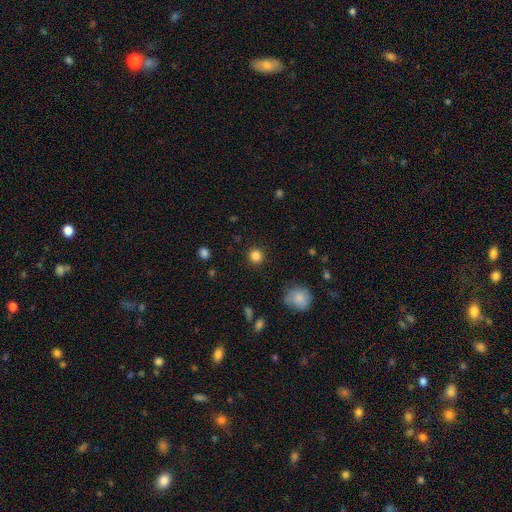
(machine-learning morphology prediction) smooth_or_featured: smooth (p=0.84) [alt: star or artifact p=0.12]
how_rounded: round (p=0.94) [alt: in between p=0.05]
merging: none (p=0.91) [alt: minor disturbance p=0.06]